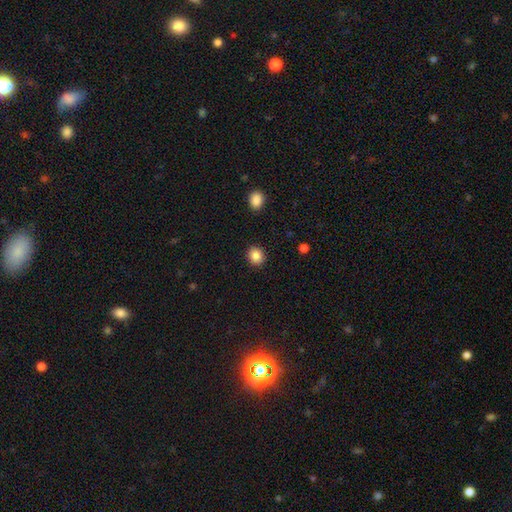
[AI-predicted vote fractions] smooth-or-featured: smooth: 86% | star or artifact: 9% | featured or disk: 5%
  how-rounded: round: 77% | in between: 22% | cigar-shaped: 1%
  merging: none: 91% | minor disturbance: 6% | major disturbance: 2% | merger: 1%